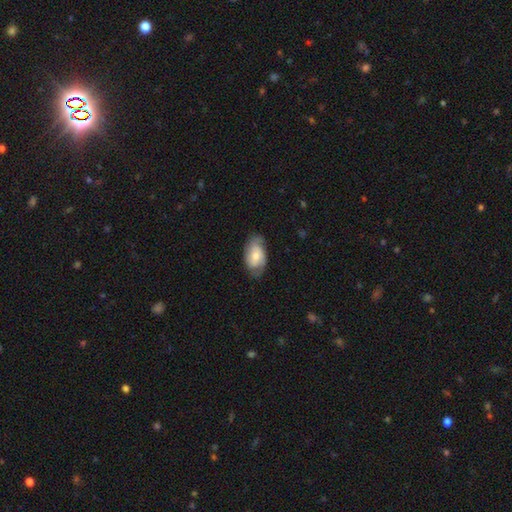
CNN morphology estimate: featured or disk 52%, smooth 42%, star or artifact 6%. Down the decision tree: edge-on disk — no (94%); merging — none (68%).